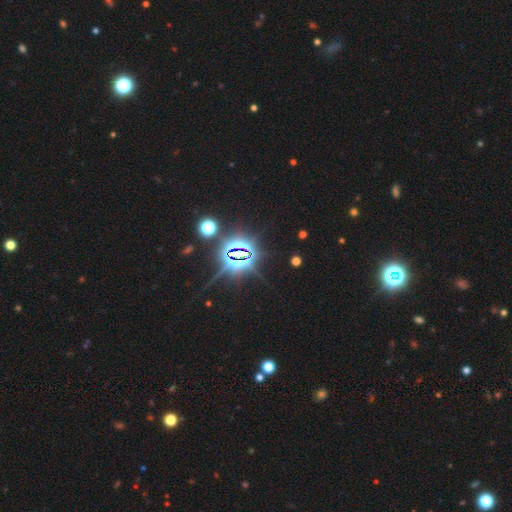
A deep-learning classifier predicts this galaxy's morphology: smooth_or_featured: star or artifact (p=0.83) [alt: smooth p=0.10]